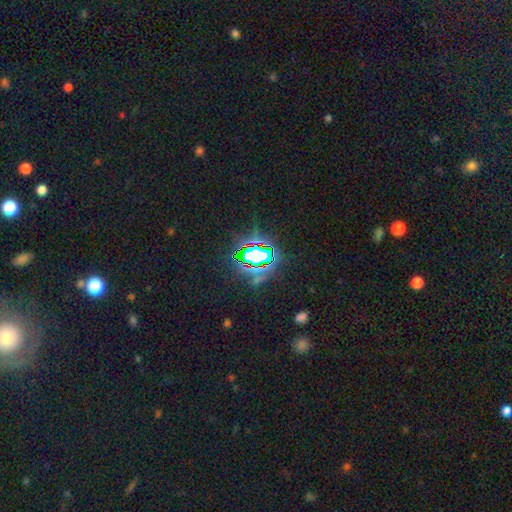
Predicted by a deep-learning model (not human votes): This is likely a star or artifact rather than a galaxy (70%).